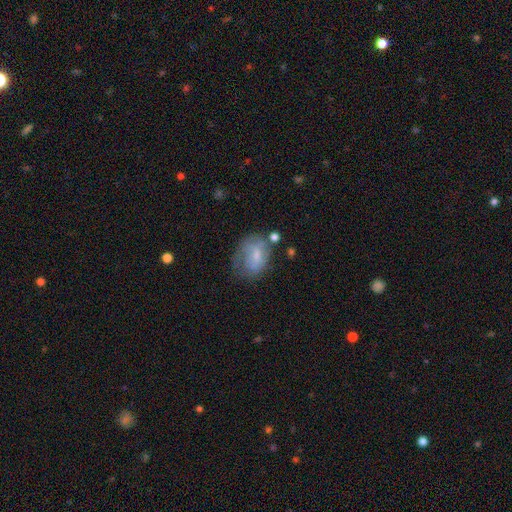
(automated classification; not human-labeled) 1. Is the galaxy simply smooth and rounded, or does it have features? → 50% smooth, 41% featured or disk, 9% star or artifact.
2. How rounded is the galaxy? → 70% in between, 29% round, 1% cigar-shaped.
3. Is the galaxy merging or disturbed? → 43% none, 29% minor disturbance, 22% major disturbance, 6% merger.